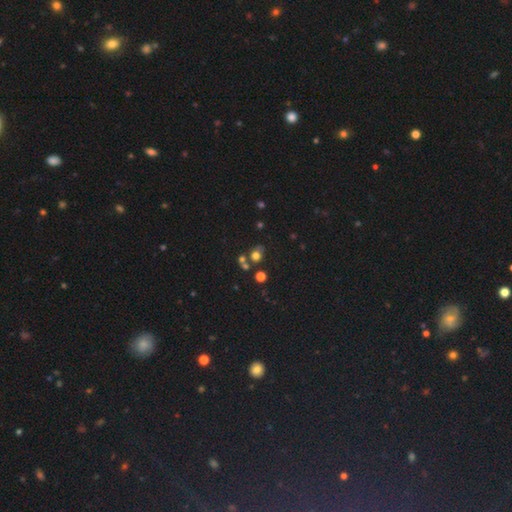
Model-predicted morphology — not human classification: This appears to be a smooth galaxy with no disk features (67%) that is round (72%). Merging: none (55%).